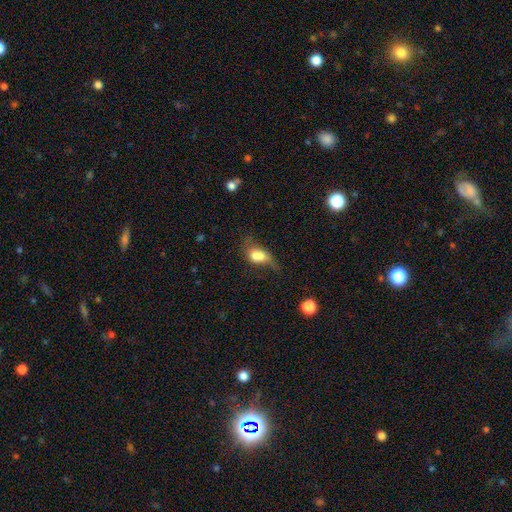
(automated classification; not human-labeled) Morphology: type=smooth (63%); roundness=in between (74%); merging=merger (39%).